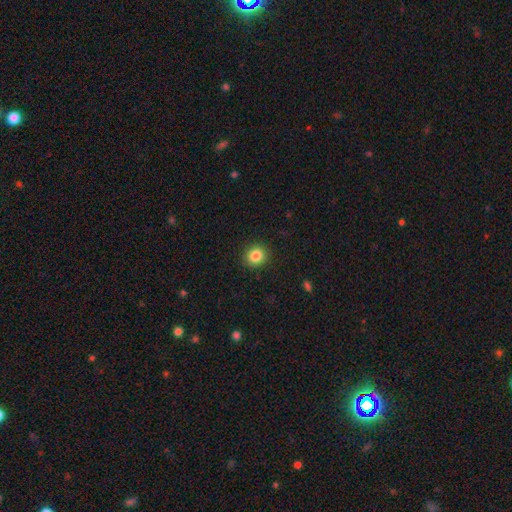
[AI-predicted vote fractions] smooth 84%, star or artifact 10%, featured or disk 5%. Down the decision tree: how rounded — round (84%); merging — none (91%).